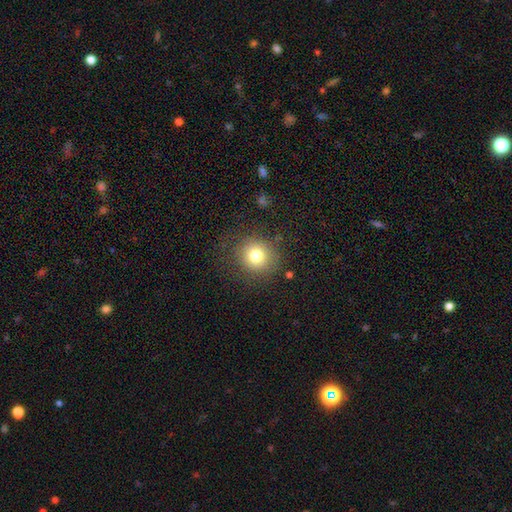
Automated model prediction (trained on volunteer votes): Smooth or featured? smooth (77%)
How rounded? round (87%)
Merging? none (81%)